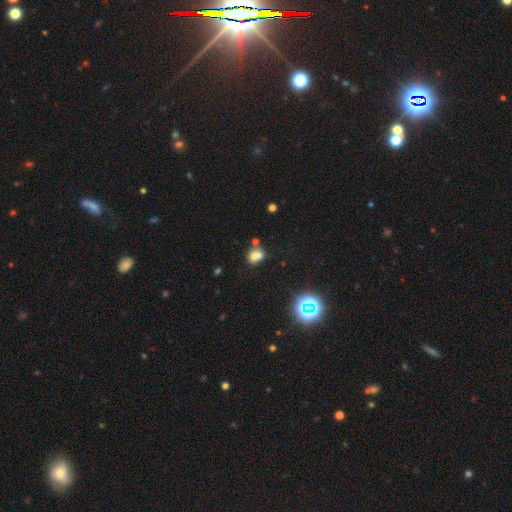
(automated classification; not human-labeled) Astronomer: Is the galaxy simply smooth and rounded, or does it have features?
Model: smooth — 69%.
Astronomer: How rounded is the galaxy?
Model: in between — 52% (runner-up: round, 47%).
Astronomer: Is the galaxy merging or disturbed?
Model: none — 45% (runner-up: merger, 34%).